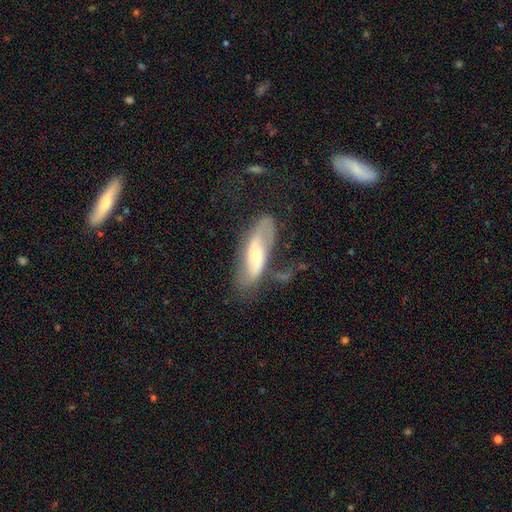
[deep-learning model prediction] Morphology: type=featured or disk (65%); edge-on=no (82%); bar=no (51%); spiral arms=yes (77%); bulge=small (52%); merging=none (51%).